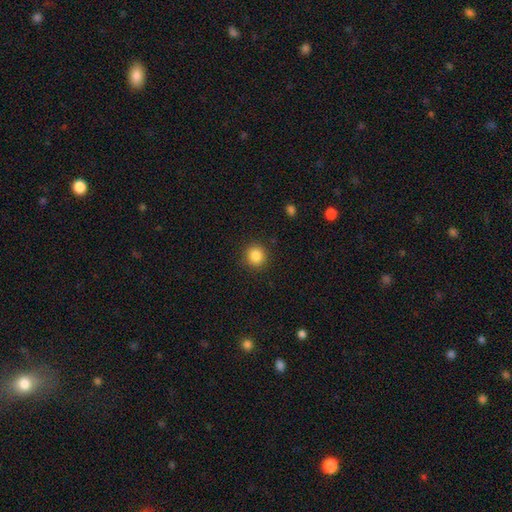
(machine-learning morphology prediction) Smooth or featured: smooth — 85% (star or artifact — 10%)
How rounded: round — 92% (in between — 7%)
Merging: none — 91% (minor disturbance — 6%)